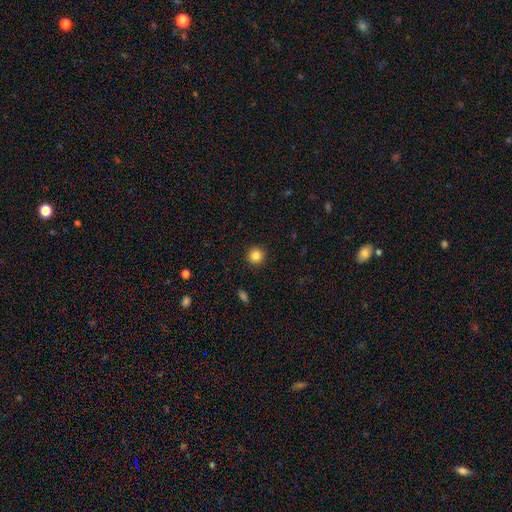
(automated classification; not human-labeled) Smooth or featured?
  - smooth: 85% *
  - star or artifact: 11%
  - featured or disk: 4%
How rounded?
  - round: 95% *
  - in between: 4%
  - cigar-shaped: 1%
Merging?
  - none: 92% *
  - minor disturbance: 5%
  - major disturbance: 2%
  - merger: 1%